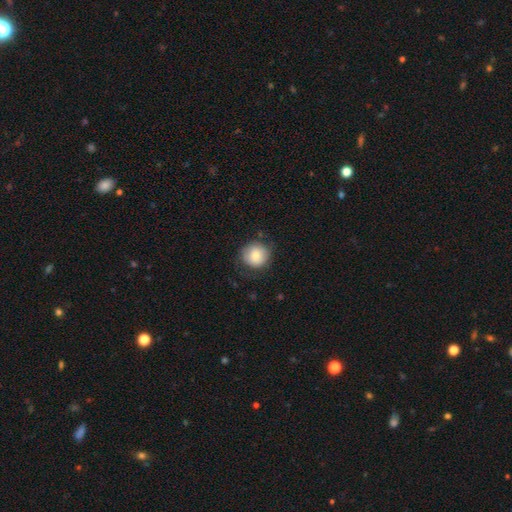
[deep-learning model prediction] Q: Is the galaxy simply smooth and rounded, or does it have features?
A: smooth — 78%.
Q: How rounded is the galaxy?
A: round — 90%.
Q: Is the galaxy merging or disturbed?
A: none — 74%.